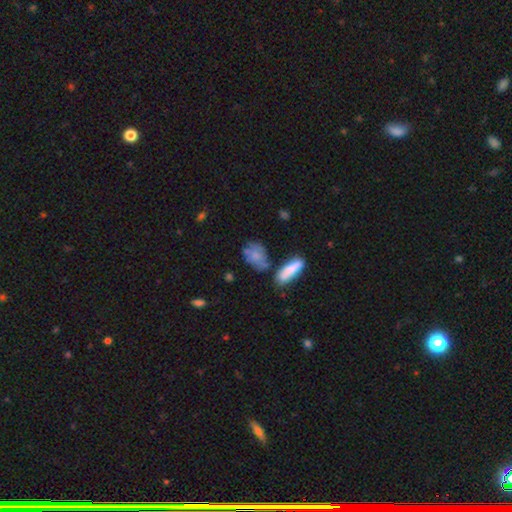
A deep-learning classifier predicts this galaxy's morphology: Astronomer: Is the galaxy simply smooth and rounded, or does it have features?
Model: smooth — 61%.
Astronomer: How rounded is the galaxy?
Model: in between — 74%.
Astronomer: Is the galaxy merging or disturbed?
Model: none — 49% (runner-up: minor disturbance, 24%).